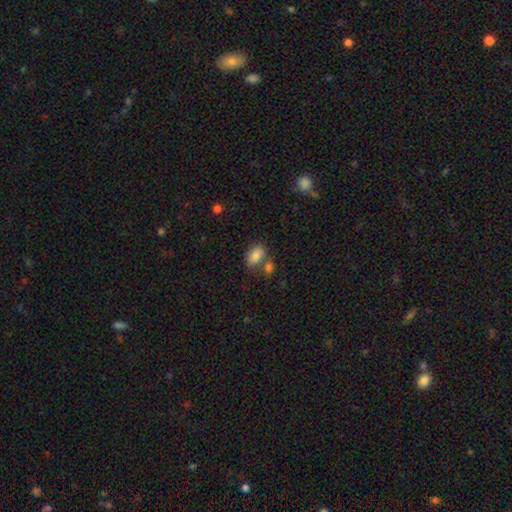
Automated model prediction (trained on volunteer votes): smooth-or-featured: smooth: 82% | featured or disk: 9% | star or artifact: 9%
  how-rounded: in between: 87% | round: 11% | cigar-shaped: 2%
  merging: none: 54% | merger: 26% | minor disturbance: 15% | major disturbance: 5%